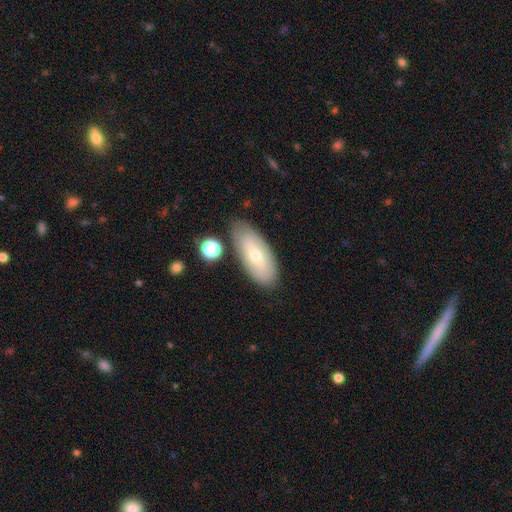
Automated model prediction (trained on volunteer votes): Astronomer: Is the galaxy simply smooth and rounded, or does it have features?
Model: smooth — 56% (runner-up: featured or disk, 37%).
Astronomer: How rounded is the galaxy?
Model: in between — 82%.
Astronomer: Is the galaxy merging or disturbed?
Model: none — 80%.